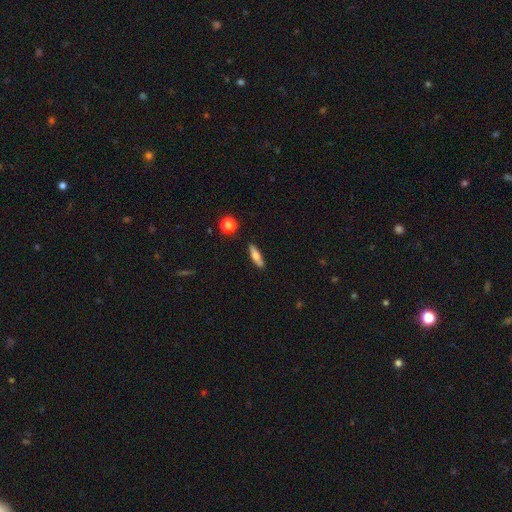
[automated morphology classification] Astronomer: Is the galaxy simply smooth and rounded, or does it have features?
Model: smooth — 61%.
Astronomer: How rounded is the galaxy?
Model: cigar-shaped — 68%.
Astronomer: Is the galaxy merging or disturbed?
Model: none — 87%.